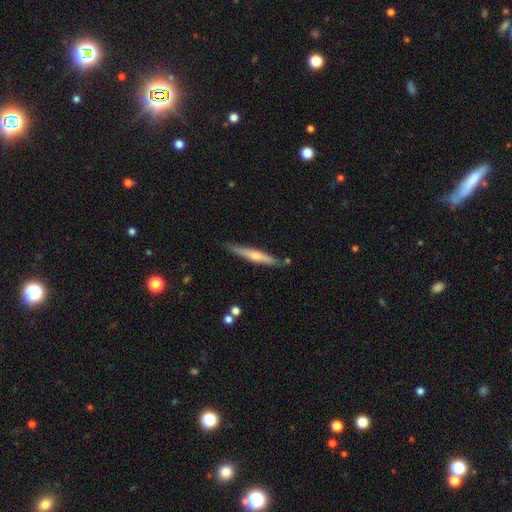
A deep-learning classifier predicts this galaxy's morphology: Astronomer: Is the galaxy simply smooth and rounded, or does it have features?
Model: featured or disk — 48% (runner-up: smooth, 46%).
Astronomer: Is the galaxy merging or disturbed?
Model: none — 81%.